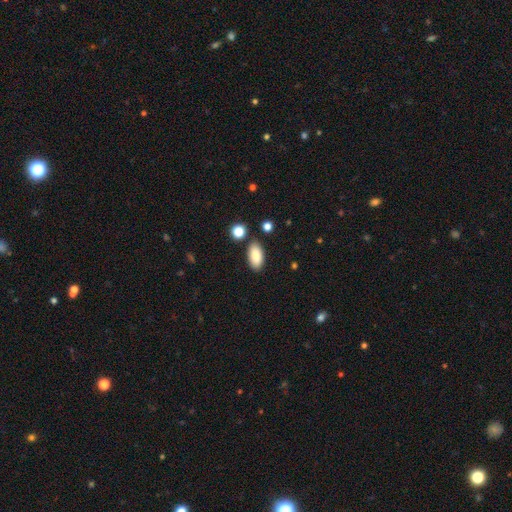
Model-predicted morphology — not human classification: type=smooth (87%); roundness=in between (92%); merging=none (84%).